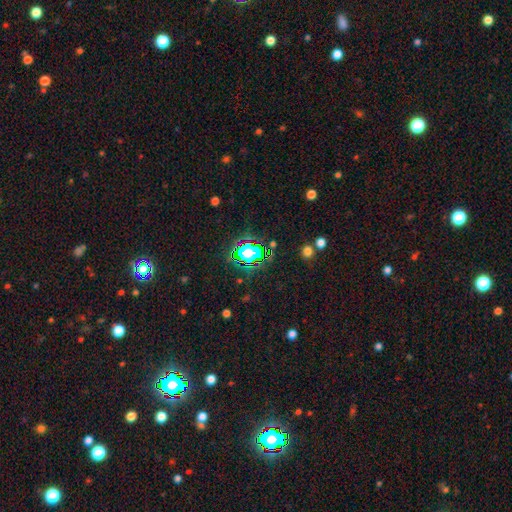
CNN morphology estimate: A star or artifact, not a galaxy (79%).

Vote fractions:
- Smooth or featured? star or artifact: 79% / smooth: 13% / featured or disk: 8%